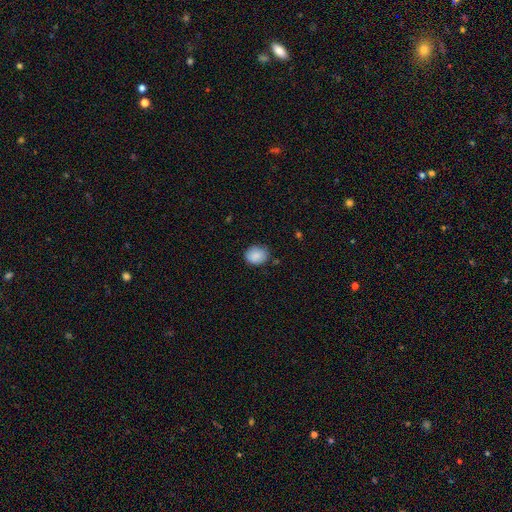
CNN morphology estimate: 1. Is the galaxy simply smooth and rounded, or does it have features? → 88% smooth, 8% star or artifact, 5% featured or disk.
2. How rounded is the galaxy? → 55% round, 45% in between, 1% cigar-shaped.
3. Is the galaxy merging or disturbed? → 78% none, 17% minor disturbance, 3% major disturbance, 2% merger.